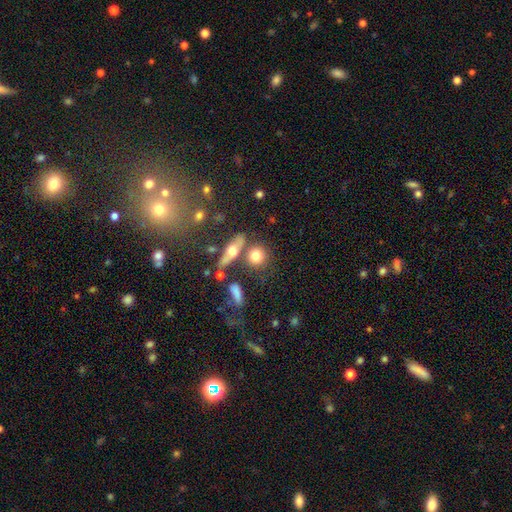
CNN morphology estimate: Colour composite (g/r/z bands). It shows a smooth galaxy with no disk features (72%) that is round (70%). Merging: none (60%).